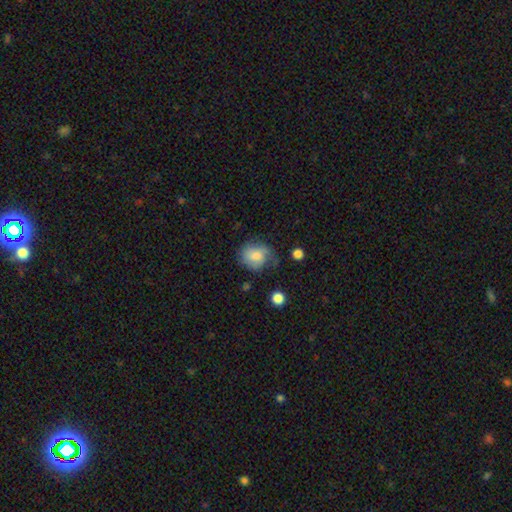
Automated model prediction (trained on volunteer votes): Smooth or featured? smooth (73%)
How rounded? round (65%)
Merging? none (51%)